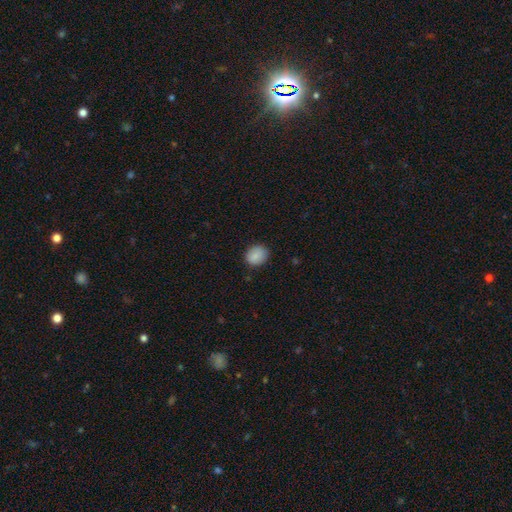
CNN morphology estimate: Smooth or featured?
  - smooth: 87% *
  - star or artifact: 8%
  - featured or disk: 6%
How rounded?
  - round: 64% *
  - in between: 35%
  - cigar-shaped: 1%
Merging?
  - none: 85% *
  - minor disturbance: 11%
  - major disturbance: 3%
  - merger: 1%